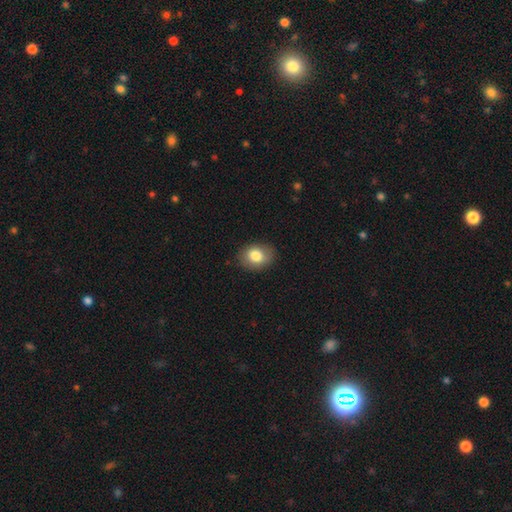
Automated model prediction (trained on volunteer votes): Q: Smooth or featured?
A: smooth (82%); runner-up: featured or disk (10%)
Q: How rounded?
A: in between (61%); runner-up: round (38%)
Q: Merging?
A: none (86%); runner-up: minor disturbance (11%)